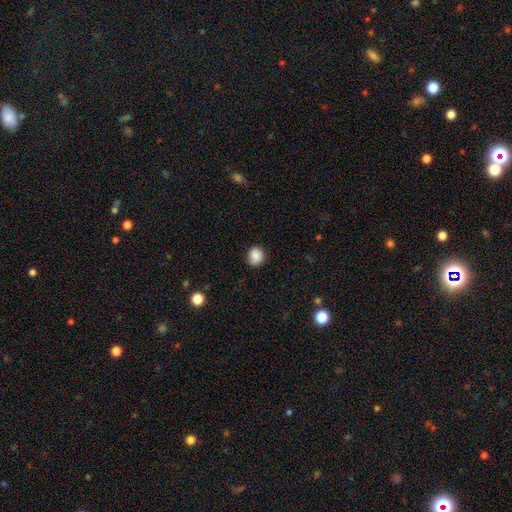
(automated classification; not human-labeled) smooth_or_featured: smooth (p=0.86) [alt: star or artifact p=0.09]
how_rounded: round (p=0.79) [alt: in between p=0.20]
merging: none (p=0.80) [alt: minor disturbance p=0.16]